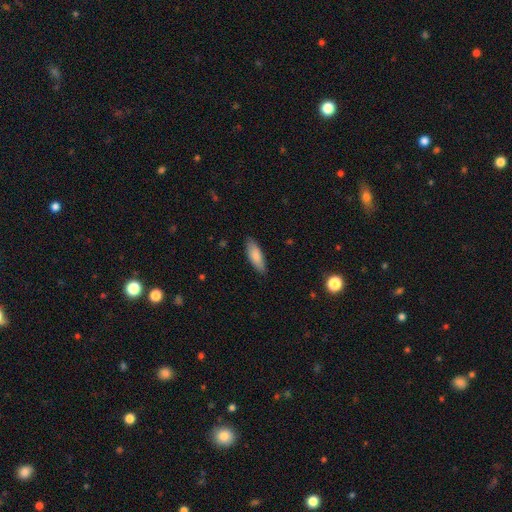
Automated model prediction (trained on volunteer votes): A smooth galaxy with no disk features (82%) that is in between round and cigar-shaped (62%).

Vote fractions:
- Smooth or featured? smooth: 82% / featured or disk: 12% / star or artifact: 6%
- How rounded? in between: 62% / cigar-shaped: 36% / round: 2%
- Merging? none: 85% / minor disturbance: 12% / major disturbance: 2% / merger: 1%